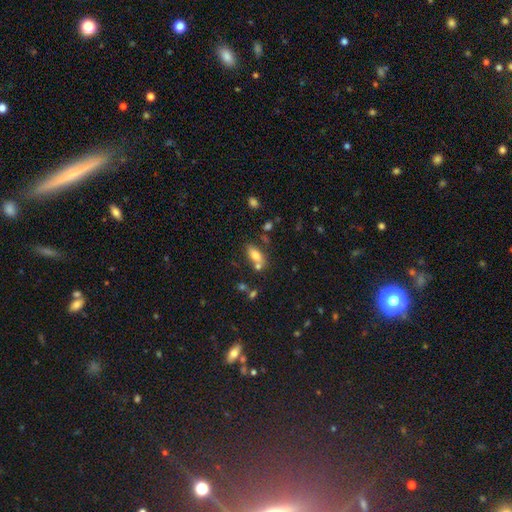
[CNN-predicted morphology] This appears to be a smooth galaxy with no disk features (72%) that is in between round and cigar-shaped (84%). Merging: none (57%).